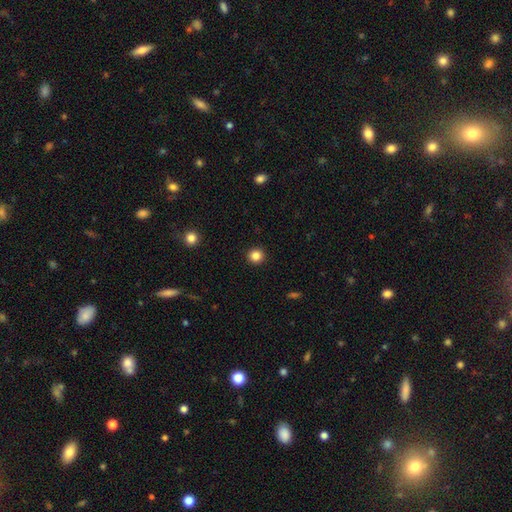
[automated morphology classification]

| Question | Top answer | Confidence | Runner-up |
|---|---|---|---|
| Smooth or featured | smooth | 85% | star or artifact (11%) |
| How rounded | round | 94% | in between (5%) |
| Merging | none | 93% | minor disturbance (5%) |